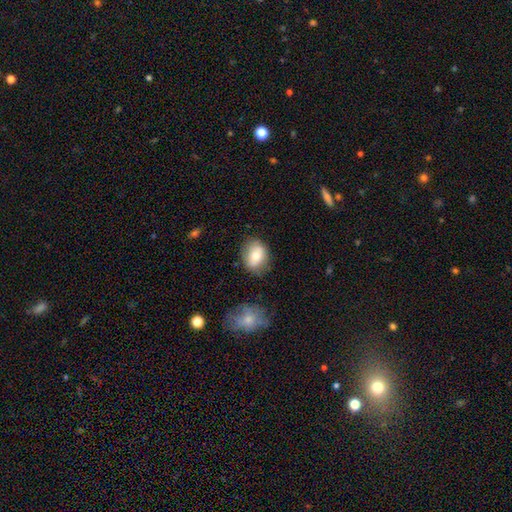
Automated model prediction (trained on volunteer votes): Q: Smooth or featured?
A: smooth (74%); runner-up: featured or disk (19%)
Q: How rounded?
A: in between (59%); runner-up: round (40%)
Q: Merging?
A: none (77%); runner-up: minor disturbance (16%)